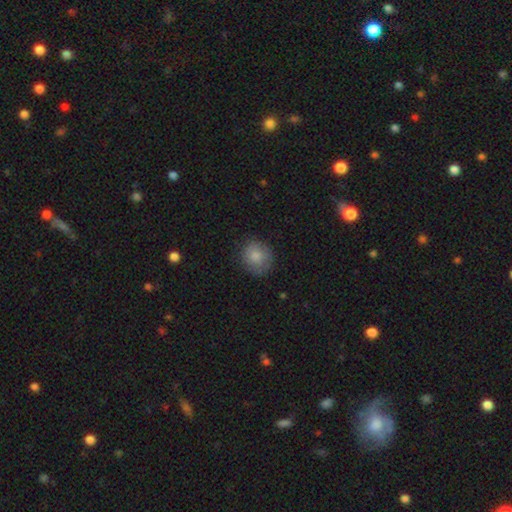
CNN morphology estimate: smooth_or_featured: smooth (p=0.82) [alt: featured or disk p=0.10]
how_rounded: round (p=0.86) [alt: in between p=0.13]
merging: none (p=0.79) [alt: minor disturbance p=0.16]